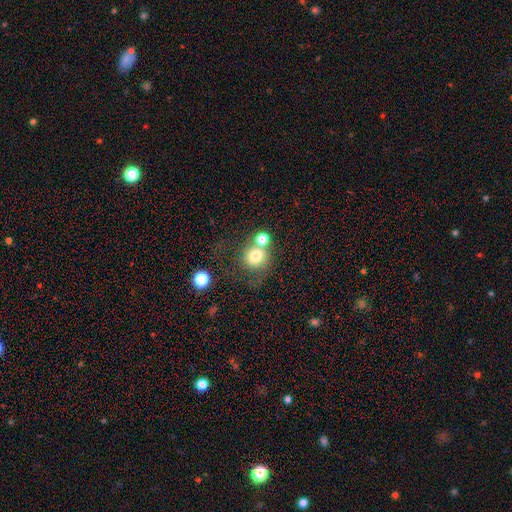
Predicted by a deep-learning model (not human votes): Morphology: type=smooth (75%); roundness=round (83%); merging=none (42%).